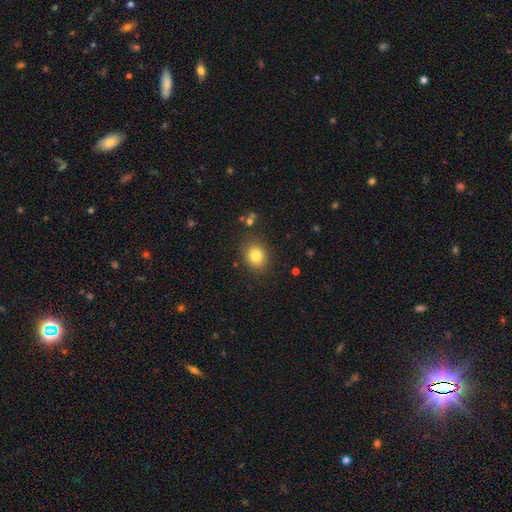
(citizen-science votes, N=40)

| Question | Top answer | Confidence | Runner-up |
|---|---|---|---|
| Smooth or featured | smooth | 92% | featured or disk (8%) |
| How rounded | round | 57% | in between (43%) |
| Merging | none | 85% | minor disturbance (15%) |